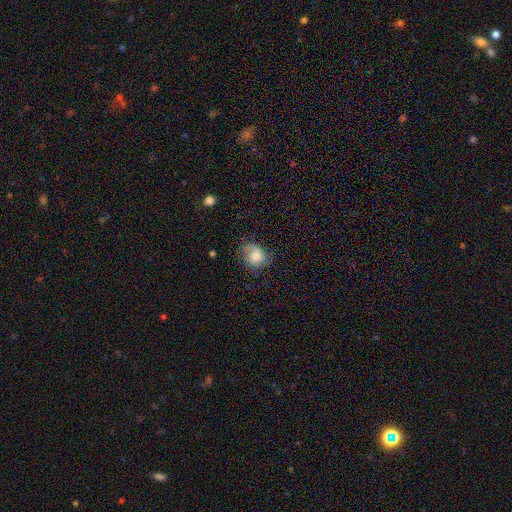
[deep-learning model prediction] A smooth galaxy with no disk features (67%) that is round (54%).

Vote fractions:
- Smooth or featured? smooth: 67% / featured or disk: 23% / star or artifact: 9%
- How rounded? round: 54% / in between: 45% / cigar-shaped: 1%
- Merging? none: 49% / minor disturbance: 32% / major disturbance: 18% / merger: 2%